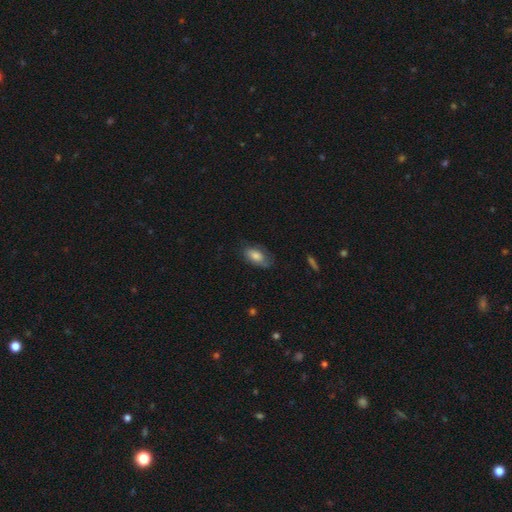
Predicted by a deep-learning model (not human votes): Morphology: type=smooth (71%); roundness=in between (91%); merging=none (65%).